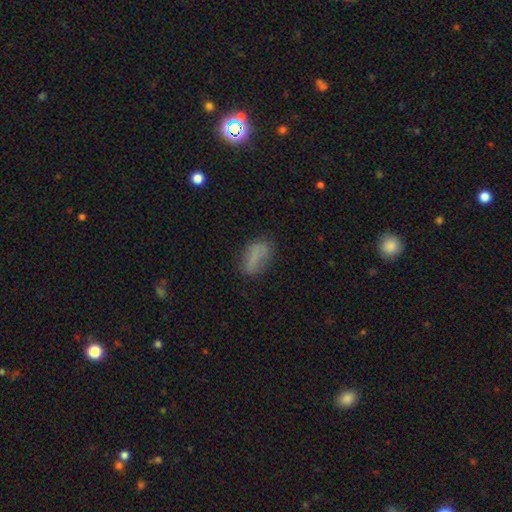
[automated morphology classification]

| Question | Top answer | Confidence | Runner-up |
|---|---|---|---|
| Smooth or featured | smooth | 72% | featured or disk (17%) |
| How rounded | in between | 84% | cigar-shaped (8%) |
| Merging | none | 66% | minor disturbance (22%) |